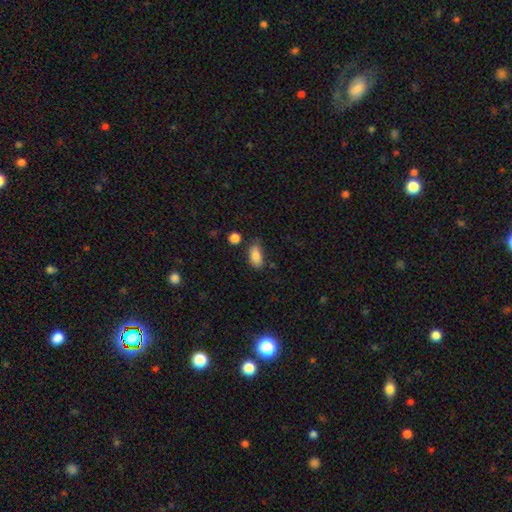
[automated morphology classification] Overall: smooth (86%). How rounded: in between (89%). Merging: none (62%; minor disturbance 28%).